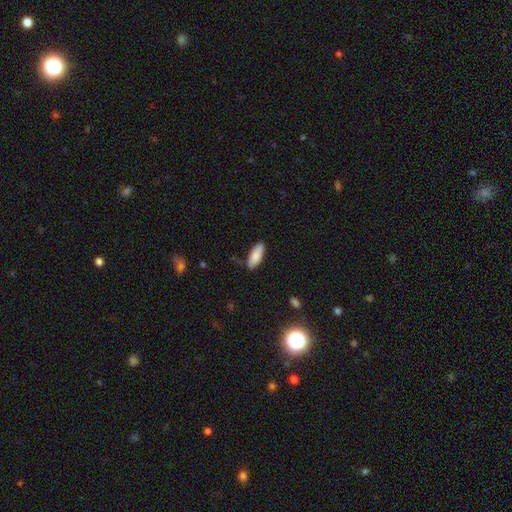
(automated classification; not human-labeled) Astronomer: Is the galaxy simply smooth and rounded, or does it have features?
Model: smooth — 87%.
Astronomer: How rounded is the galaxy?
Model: in between — 73%.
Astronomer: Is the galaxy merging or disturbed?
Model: none — 86%.